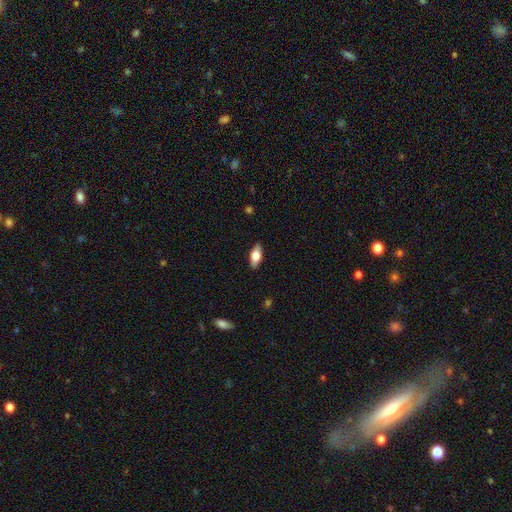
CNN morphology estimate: smooth 70%, featured or disk 24%, star or artifact 7%. Down the decision tree: how rounded — in between (83%); merging — none (88%).